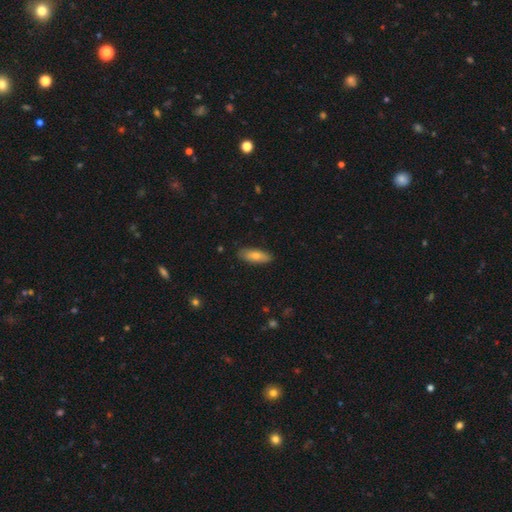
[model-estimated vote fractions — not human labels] Q: Smooth or featured?
A: smooth (76%); runner-up: featured or disk (18%)
Q: How rounded?
A: in between (69%); runner-up: cigar-shaped (29%)
Q: Merging?
A: none (85%); runner-up: minor disturbance (11%)